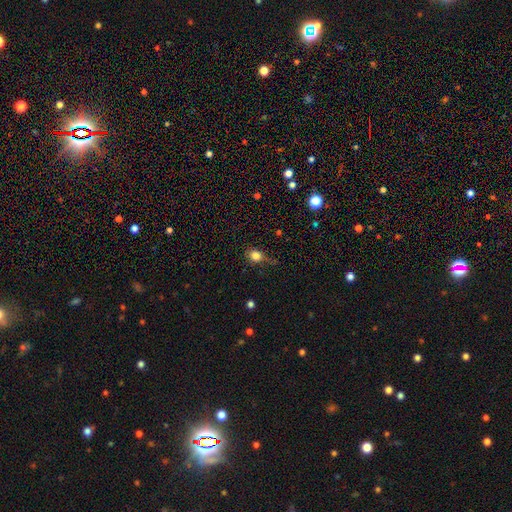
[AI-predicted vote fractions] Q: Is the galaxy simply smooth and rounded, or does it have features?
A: smooth — 81%.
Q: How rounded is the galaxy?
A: round — 70%.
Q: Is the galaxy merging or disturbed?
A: none — 60%.